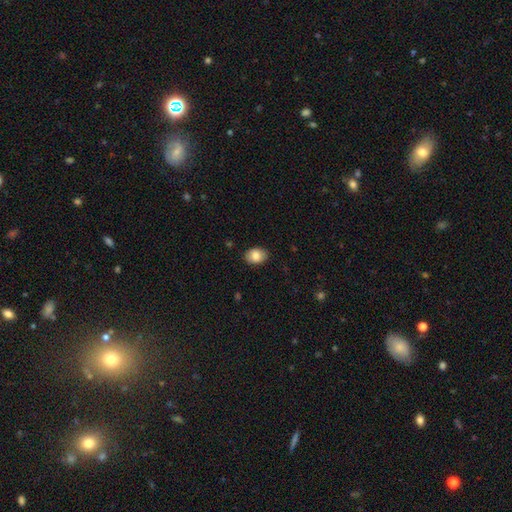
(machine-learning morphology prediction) Overall: smooth (85%). How rounded: in between (72%). Merging: none (88%).